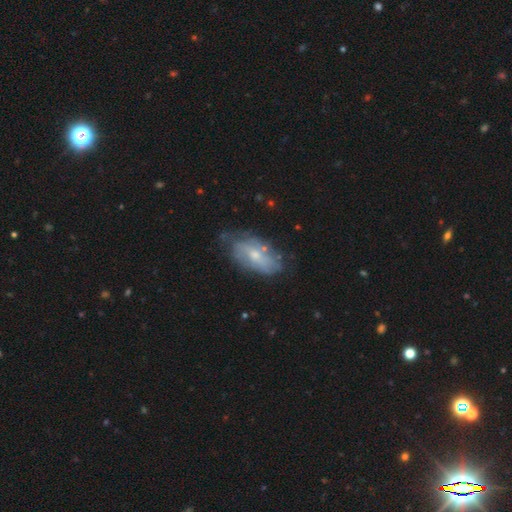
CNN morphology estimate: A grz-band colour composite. It shows a featured or disk galaxy (53%). Merging: none (58%).